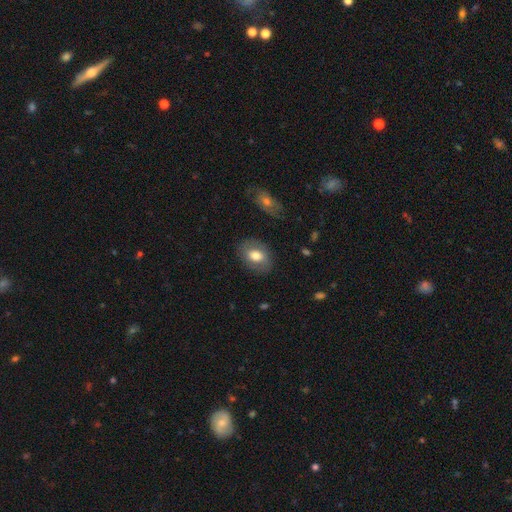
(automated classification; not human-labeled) This appears to be a smooth galaxy with no disk features (71%) that is in between round and cigar-shaped (73%). Merging: none (83%).